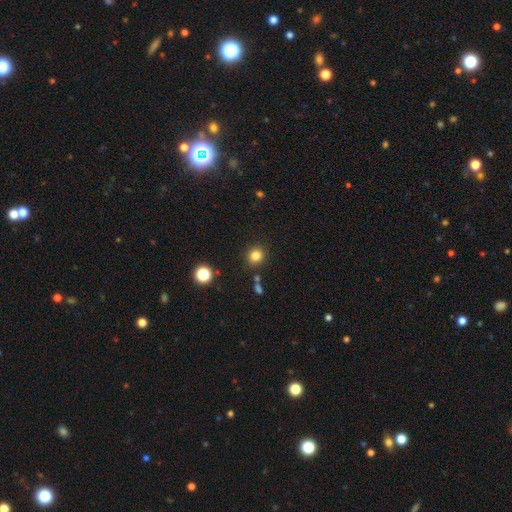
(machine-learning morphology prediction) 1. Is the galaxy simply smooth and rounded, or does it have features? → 82% smooth, 13% star or artifact, 5% featured or disk.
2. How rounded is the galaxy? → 84% round, 15% in between, 1% cigar-shaped.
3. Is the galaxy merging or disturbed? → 86% none, 8% minor disturbance, 4% merger, 3% major disturbance.